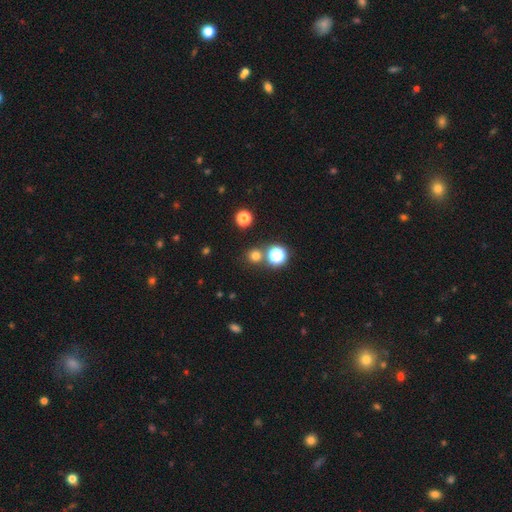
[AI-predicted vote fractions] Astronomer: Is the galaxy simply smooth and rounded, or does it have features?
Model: smooth — 70%.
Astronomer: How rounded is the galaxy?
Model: round — 92%.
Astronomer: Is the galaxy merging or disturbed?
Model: none — 78%.